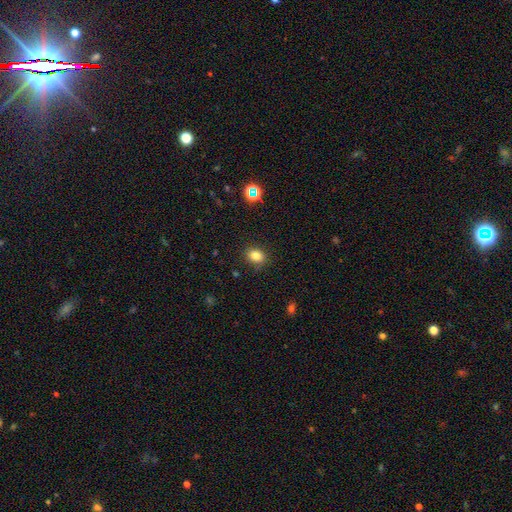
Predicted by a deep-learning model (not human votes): Smooth or featured: smooth — 81% (star or artifact — 13%)
How rounded: round — 52% (in between — 47%)
Merging: none — 86% (minor disturbance — 10%)